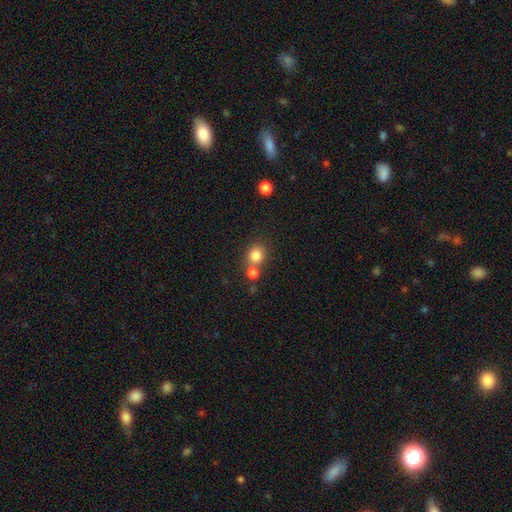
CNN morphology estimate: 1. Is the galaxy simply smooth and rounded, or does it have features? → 81% smooth, 12% star or artifact, 7% featured or disk.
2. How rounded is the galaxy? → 82% round, 17% in between, 1% cigar-shaped.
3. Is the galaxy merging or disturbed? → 58% none, 31% merger, 8% minor disturbance, 3% major disturbance.